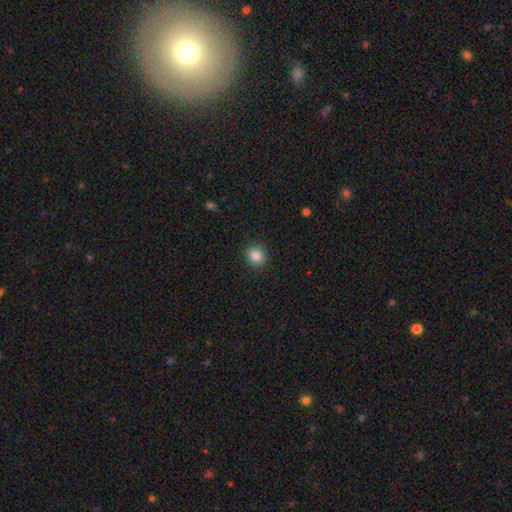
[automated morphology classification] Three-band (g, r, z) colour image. It shows a smooth galaxy with no disk features (85%) that is round (83%). Merging: none (90%).